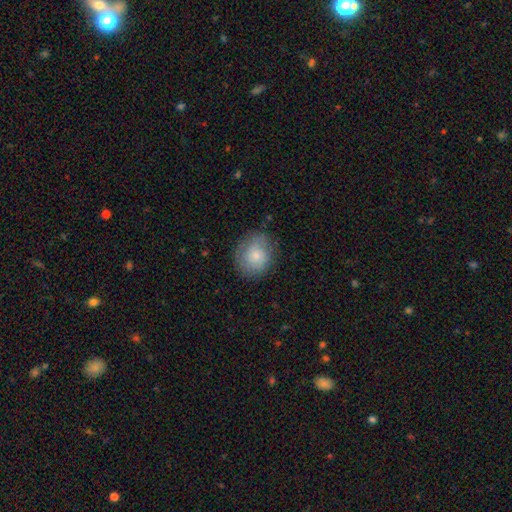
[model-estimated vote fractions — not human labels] Smooth or featured? Predicted: smooth (p=0.72). How rounded? Predicted: round (p=0.75). Merging? Predicted: none (p=0.76).